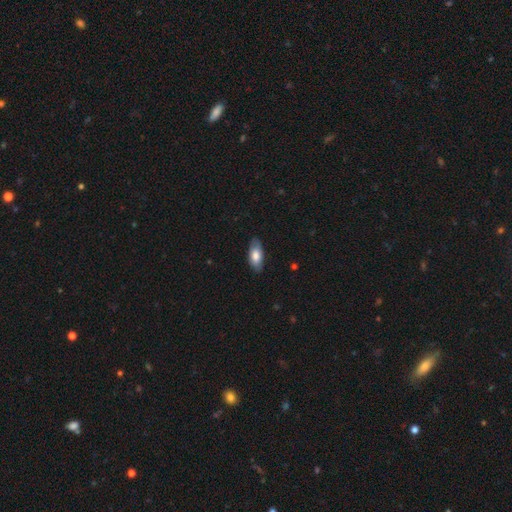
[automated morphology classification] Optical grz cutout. It shows a smooth galaxy with no disk features (75%) that is in between round and cigar-shaped (88%). Merging: none (82%).